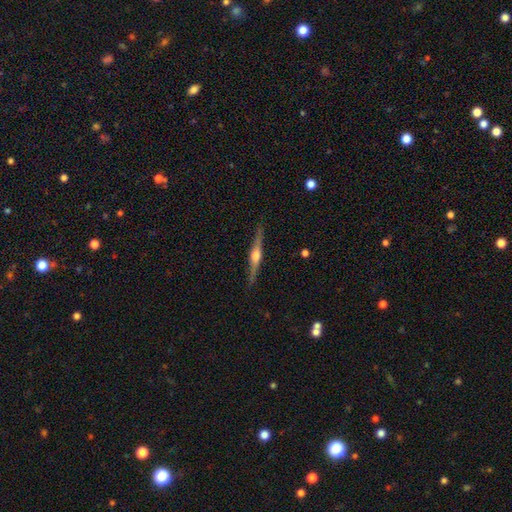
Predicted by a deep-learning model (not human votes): Smooth or featured? featured or disk (82%)
Edge-on disk? yes (98%)
Edge-on bulge? rounded (90%)
Merging? none (90%)